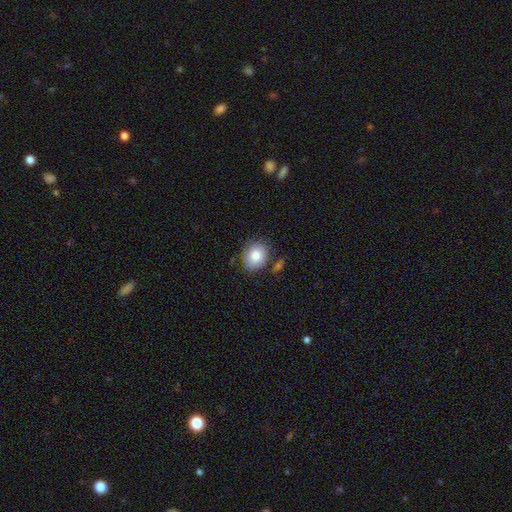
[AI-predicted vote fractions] Overall: smooth (82%). How rounded: round (63%; in between 37%). Merging: none (74%).